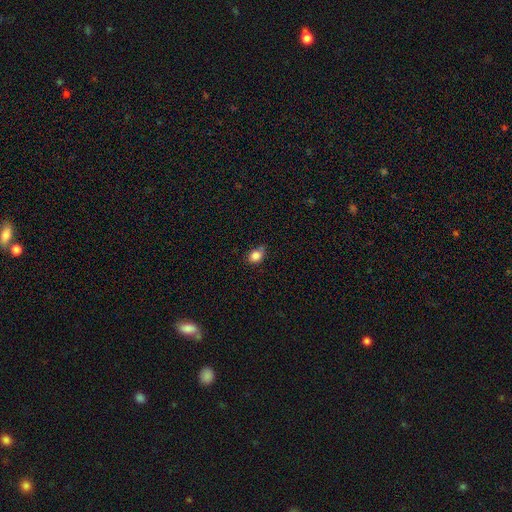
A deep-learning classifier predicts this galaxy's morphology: Q: Smooth or featured?
A: smooth (84%); runner-up: star or artifact (10%)
Q: How rounded?
A: in between (54%); runner-up: round (44%)
Q: Merging?
A: none (66%); runner-up: minor disturbance (26%)